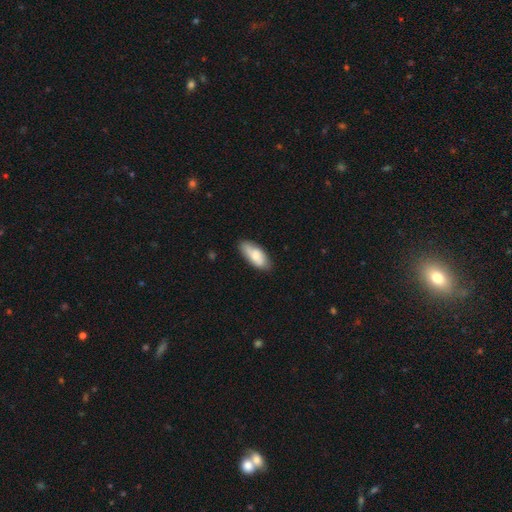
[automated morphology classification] The model was most divided on "smooth or featured": smooth: 72%, featured or disk: 22%, star or artifact: 6%. More confident: how rounded — in between (83%); merging — none (78%).